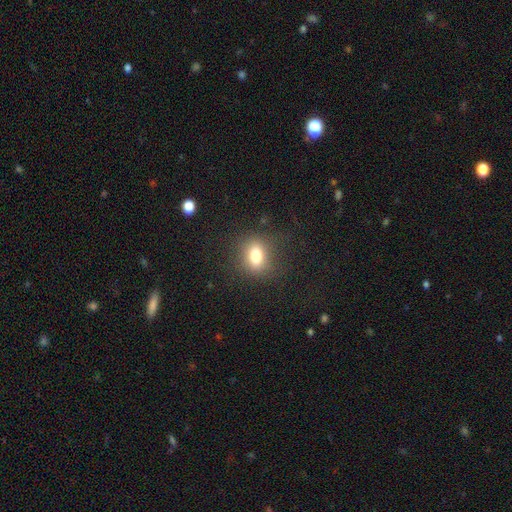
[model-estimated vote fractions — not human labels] Smooth or featured? Predicted: smooth (p=0.77). How rounded? Predicted: in between (p=0.58). Merging? Predicted: none (p=0.80).